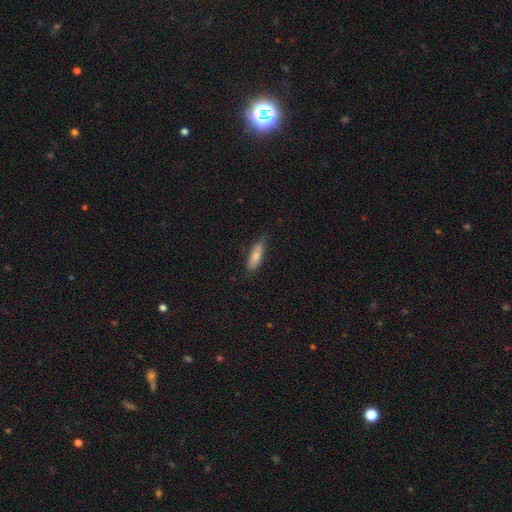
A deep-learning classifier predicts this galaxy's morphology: The model was most divided on "how rounded": cigar-shaped: 50%, in between: 48%, round: 2%. More confident: smooth or featured — smooth (78%); merging — none (76%).